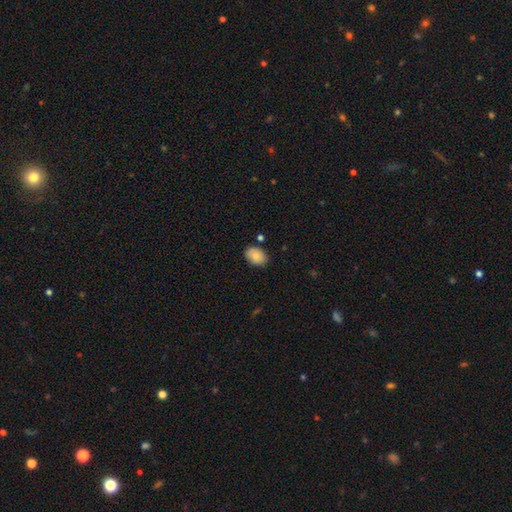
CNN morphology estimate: Smooth or featured? Predicted: smooth (p=0.82). How rounded? Predicted: in between (p=0.75). Merging? Predicted: none (p=0.81).